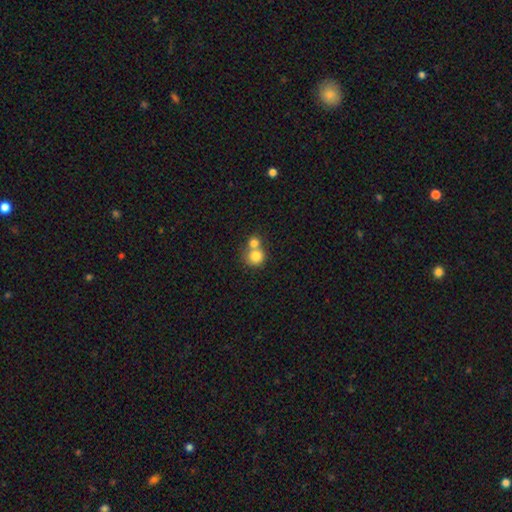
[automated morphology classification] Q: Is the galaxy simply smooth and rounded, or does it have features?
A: smooth — 80%.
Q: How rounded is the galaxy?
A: round — 85%.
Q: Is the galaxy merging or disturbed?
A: merger — 56%.